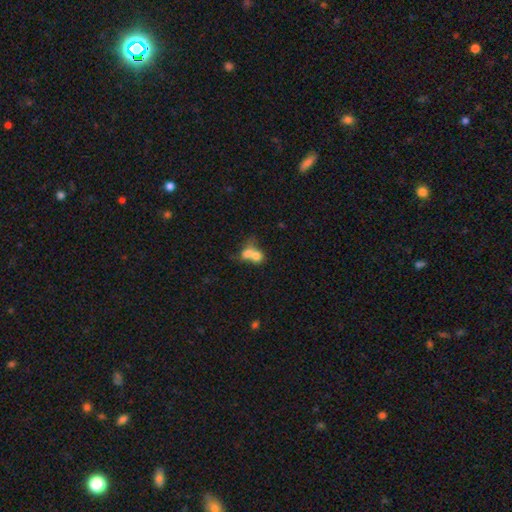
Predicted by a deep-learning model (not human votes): A smooth galaxy with no disk features (70%) that is round (63%). Merging: merger (72%).